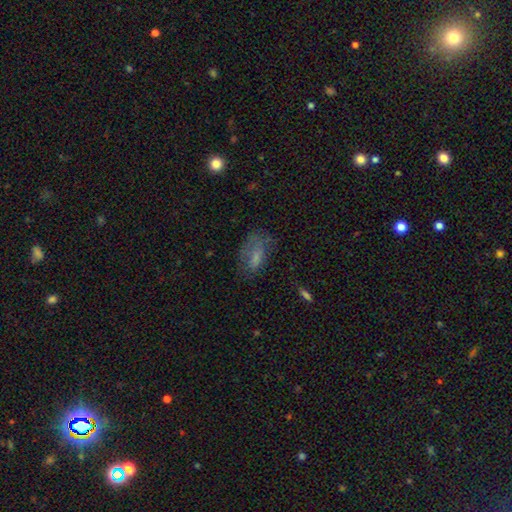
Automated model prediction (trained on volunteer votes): Morphology: type=smooth (62%); roundness=in between (83%); merging=none (48%).